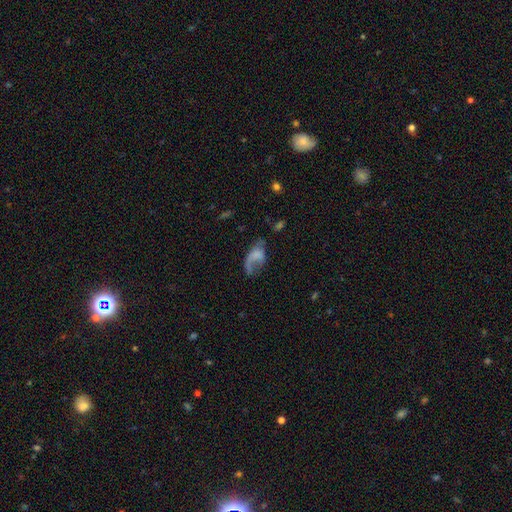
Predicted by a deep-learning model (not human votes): This is possibly a smooth galaxy (50%). Merging: possibly major disturbance (48%).